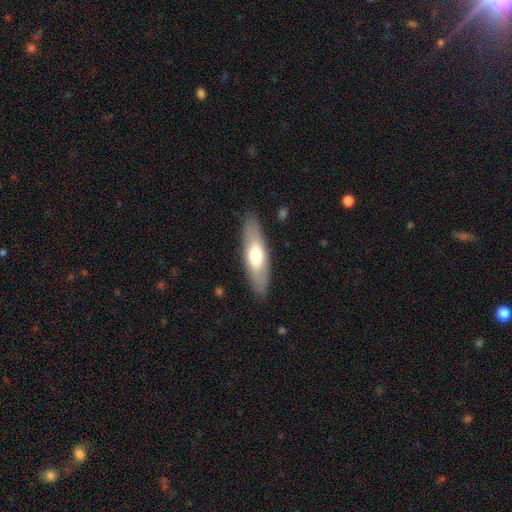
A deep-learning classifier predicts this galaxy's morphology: A smooth galaxy with no disk features (60%) that is in between round and cigar-shaped (52%).

Vote fractions:
- Smooth or featured? smooth: 60% / featured or disk: 35% / star or artifact: 5%
- How rounded? in between: 52% / cigar-shaped: 46% / round: 2%
- Merging? none: 87% / minor disturbance: 9% / major disturbance: 3% / merger: 1%